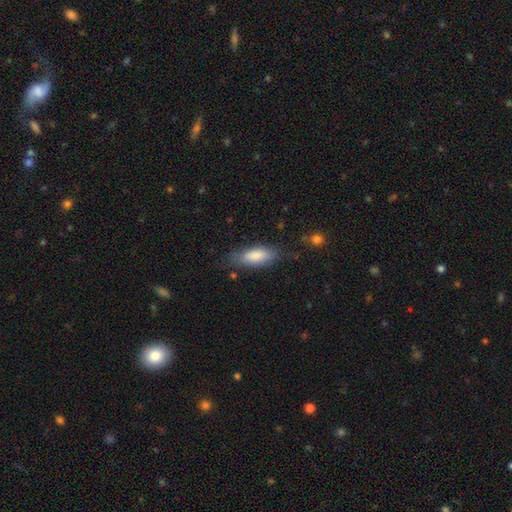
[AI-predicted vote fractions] This is clearly a smooth galaxy (83%). How rounded: likely in between (73%). Merging: likely none (72%).